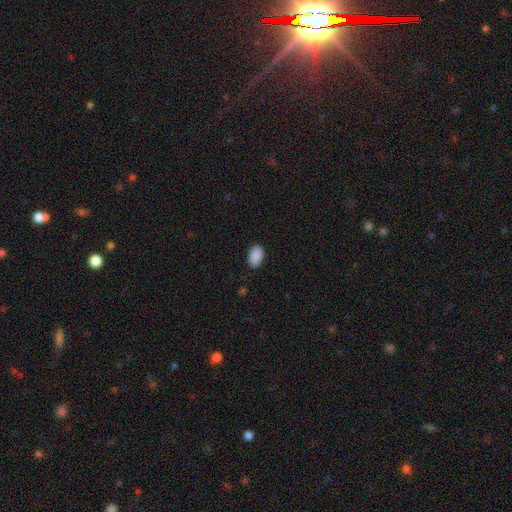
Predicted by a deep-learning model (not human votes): This appears to be a smooth galaxy with no disk features (91%) that is in between round and cigar-shaped (93%). Merging: none (87%).